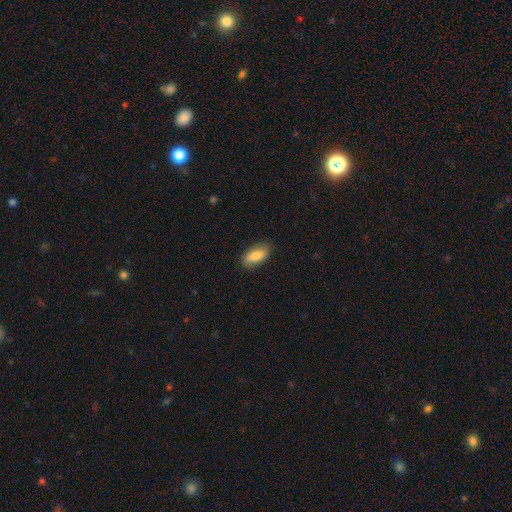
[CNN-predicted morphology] Smooth or featured? Predicted: smooth (p=0.81). How rounded? Predicted: in between (p=0.87). Merging? Predicted: none (p=0.81).